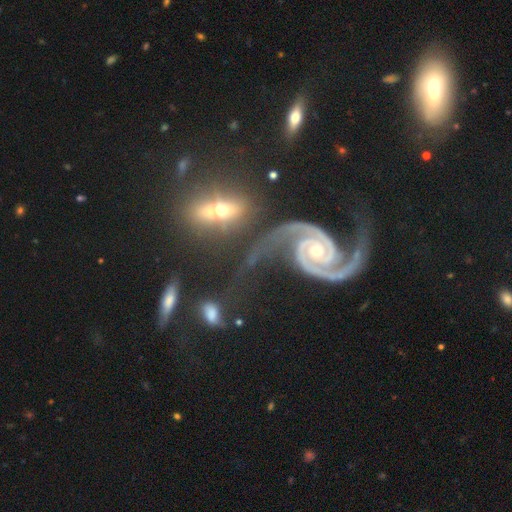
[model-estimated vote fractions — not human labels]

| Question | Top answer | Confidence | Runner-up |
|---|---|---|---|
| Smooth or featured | featured or disk | 86% | smooth (7%) |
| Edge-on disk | no | 94% | yes (6%) |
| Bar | no | 57% | weak (29%) |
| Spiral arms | yes | 97% | no (3%) |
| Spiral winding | medium | 51% | tight (29%) |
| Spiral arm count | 2 | 92% | can't tell (2%) |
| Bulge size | moderate | 46% | small (45%) |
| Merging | none | 53% | minor disturbance (19%) |